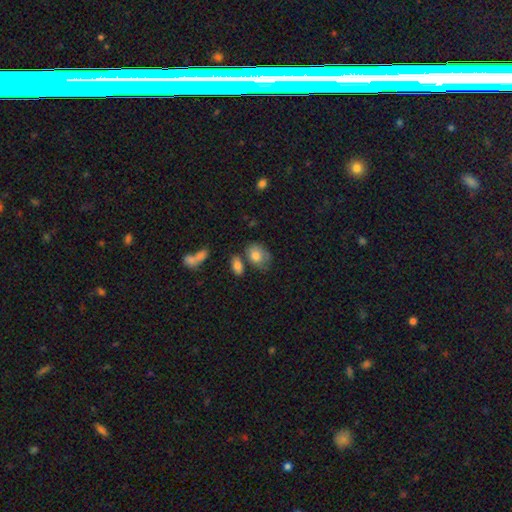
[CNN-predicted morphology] This appears to be a smooth galaxy with no disk features (78%) that is in between round and cigar-shaped (77%). Merging: none (50%).